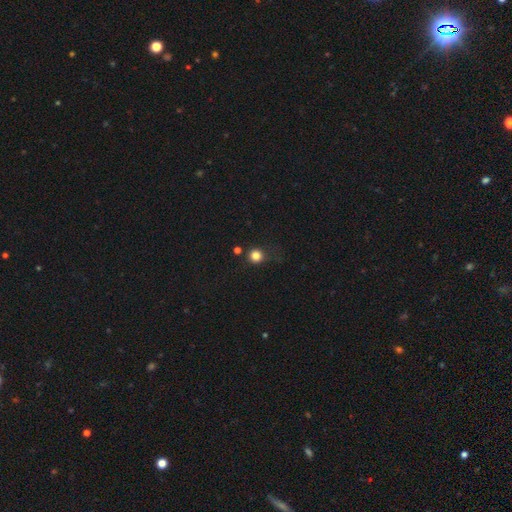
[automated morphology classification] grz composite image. It shows a smooth galaxy with no disk features (82%) that is round (92%). Merging: none (78%).